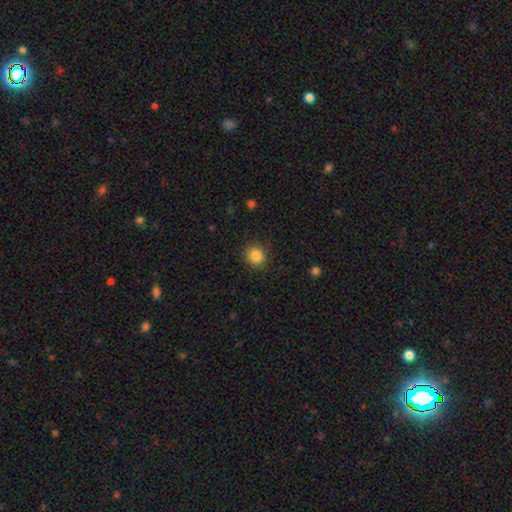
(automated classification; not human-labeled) Smooth or featured? Predicted: smooth (p=0.85). How rounded? Predicted: round (p=0.86). Merging? Predicted: none (p=0.88).